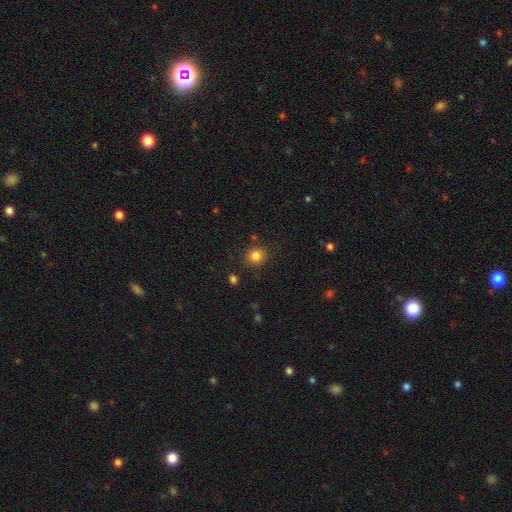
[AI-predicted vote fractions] Smooth or featured?
  - smooth: 83% *
  - star or artifact: 12%
  - featured or disk: 5%
How rounded?
  - round: 80% *
  - in between: 19%
  - cigar-shaped: 1%
Merging?
  - none: 85% *
  - minor disturbance: 9%
  - merger: 3%
  - major disturbance: 3%